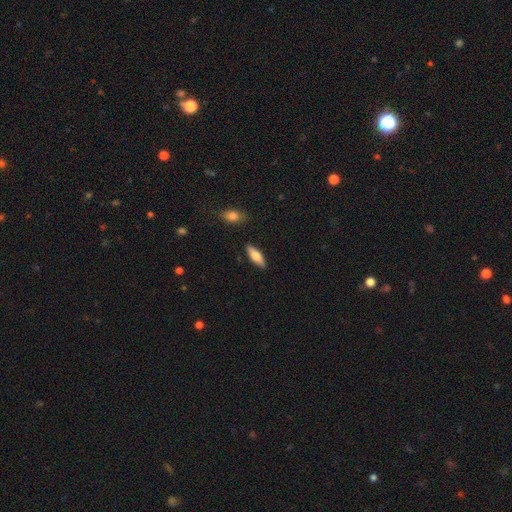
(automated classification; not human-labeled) The model was most divided on "how rounded": in between: 63%, cigar-shaped: 35%, round: 2%. More confident: merging — none (88%); smooth or featured — smooth (70%).